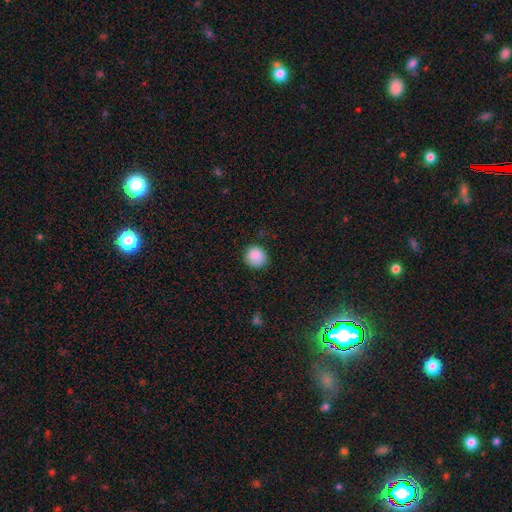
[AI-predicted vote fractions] A smooth galaxy with no disk features (88%) that is round (88%).

Vote fractions:
- Smooth or featured? smooth: 88% / star or artifact: 9% / featured or disk: 3%
- How rounded? round: 88% / in between: 11% / cigar-shaped: 1%
- Merging? none: 82% / minor disturbance: 14% / major disturbance: 3% / merger: 1%